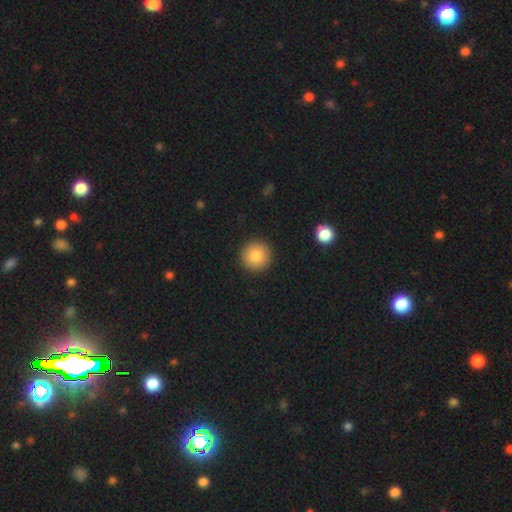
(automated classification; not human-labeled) Smooth or featured: smooth — 85% (star or artifact — 8%)
How rounded: round — 96% (in between — 3%)
Merging: none — 93% (minor disturbance — 5%)